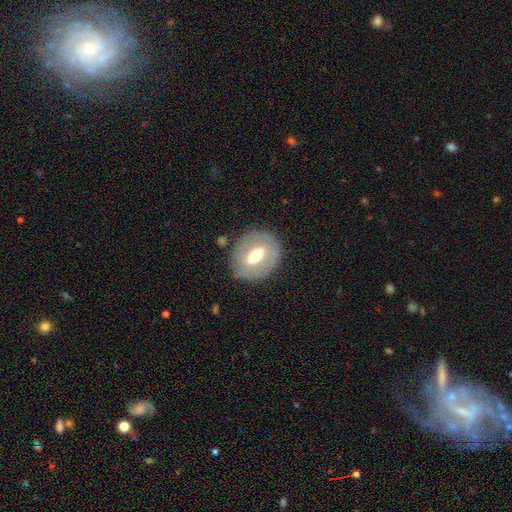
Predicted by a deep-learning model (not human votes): Overall: featured or disk (55%; smooth 39%). Edge-on disk: no (89%). Merging: none (79%).